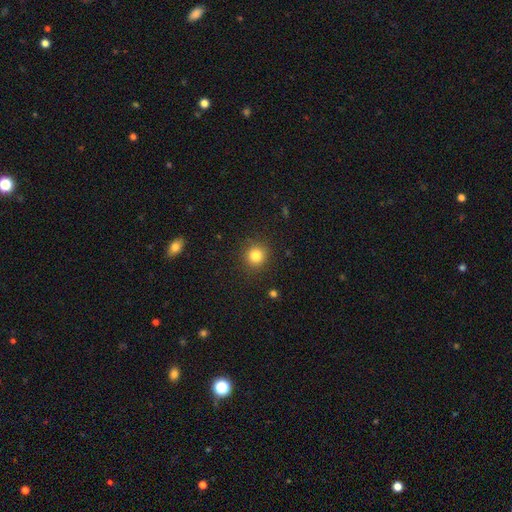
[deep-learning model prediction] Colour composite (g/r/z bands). It shows a smooth galaxy with no disk features (83%) that is round (91%). Merging: none (90%).